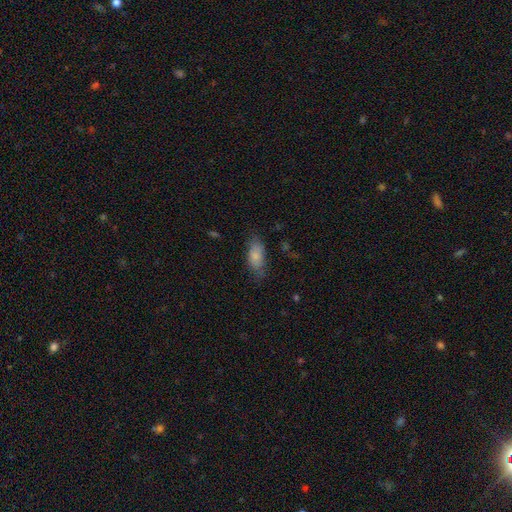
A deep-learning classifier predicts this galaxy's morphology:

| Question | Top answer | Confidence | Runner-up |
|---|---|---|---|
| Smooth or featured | smooth | 80% | featured or disk (13%) |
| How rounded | in between | 89% | cigar-shaped (8%) |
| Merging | none | 65% | minor disturbance (25%) |